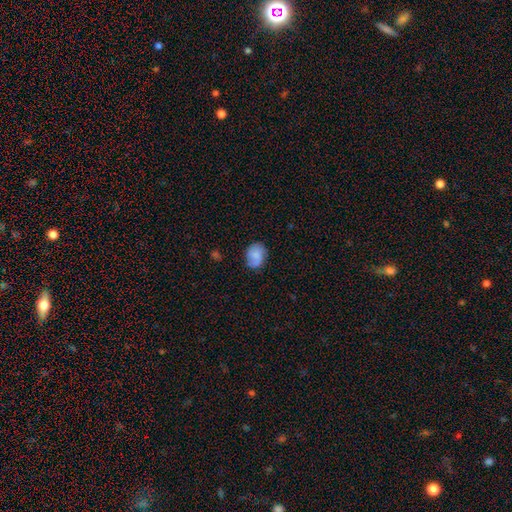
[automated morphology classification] Smooth or featured: smooth — 68% (featured or disk — 24%)
How rounded: in between — 52% (round — 47%)
Merging: none — 69% (minor disturbance — 23%)